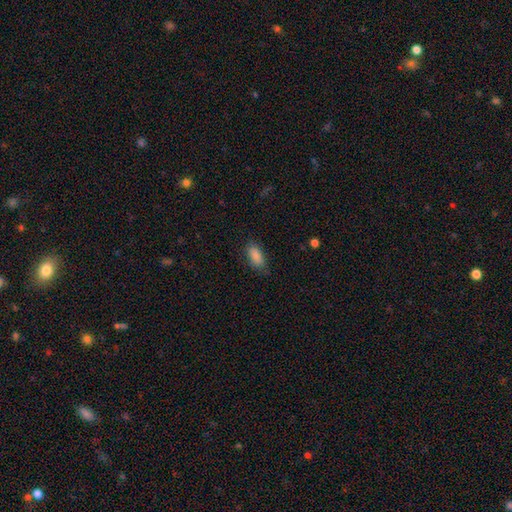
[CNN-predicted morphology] Q: Smooth or featured?
A: smooth (88%); runner-up: star or artifact (7%)
Q: How rounded?
A: in between (87%); runner-up: cigar-shaped (11%)
Q: Merging?
A: none (77%); runner-up: minor disturbance (18%)